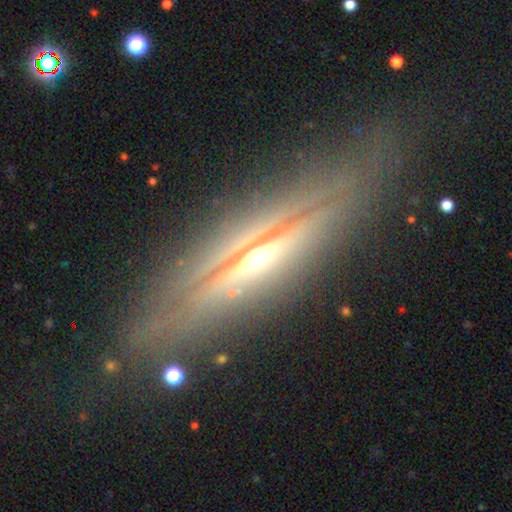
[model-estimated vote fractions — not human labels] Q: Smooth or featured?
A: featured or disk (79%); runner-up: smooth (13%)
Q: Edge-on disk?
A: yes (91%); runner-up: no (9%)
Q: Edge-on bulge?
A: rounded (86%); runner-up: none (9%)
Q: Merging?
A: none (79%); runner-up: minor disturbance (14%)